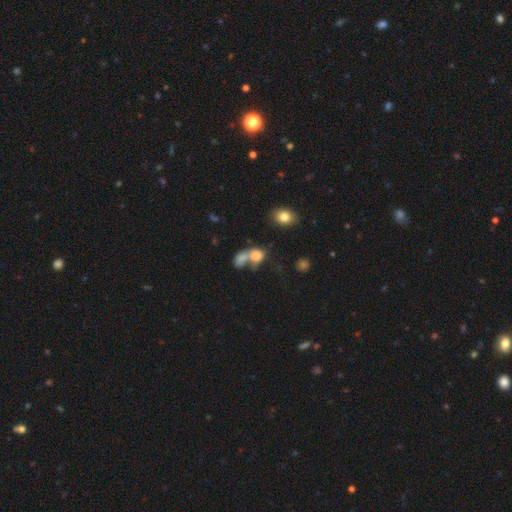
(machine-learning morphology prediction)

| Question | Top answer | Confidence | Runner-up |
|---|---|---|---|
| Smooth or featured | smooth | 73% | featured or disk (16%) |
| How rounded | in between | 55% | round (42%) |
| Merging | merger | 65% | none (19%) |